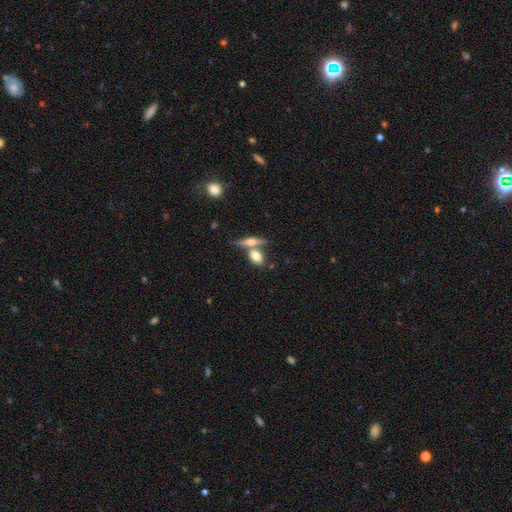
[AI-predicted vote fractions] Smooth or featured? Predicted: smooth (p=0.68). How rounded? Predicted: in between (p=0.72). Merging? Predicted: none (p=0.47).